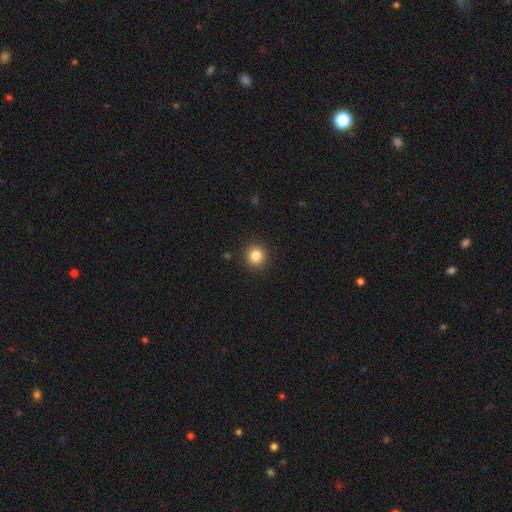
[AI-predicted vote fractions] This is clearly a smooth galaxy (84%). How rounded: clearly round (93%). Merging: clearly none (92%).